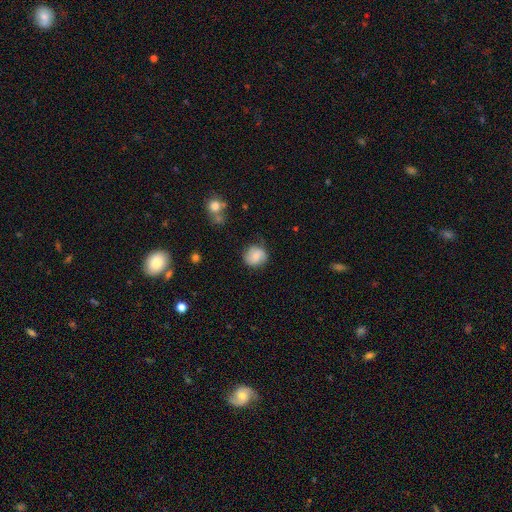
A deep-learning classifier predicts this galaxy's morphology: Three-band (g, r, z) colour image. It shows a smooth galaxy with no disk features (67%) that is round (82%). Merging: none (74%).